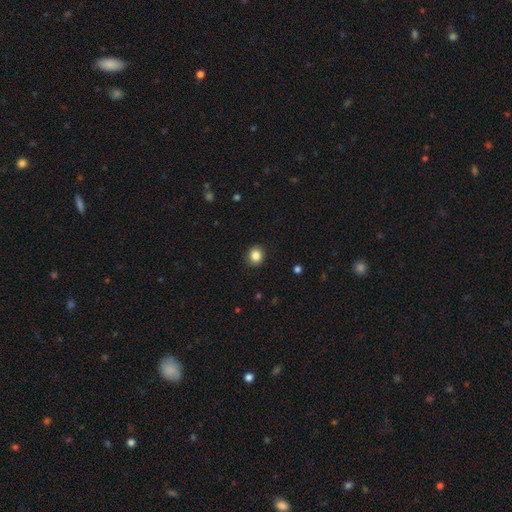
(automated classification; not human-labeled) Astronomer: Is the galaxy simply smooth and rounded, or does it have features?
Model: smooth — 85%.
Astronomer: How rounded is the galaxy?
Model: round — 82%.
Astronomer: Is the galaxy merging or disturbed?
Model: none — 91%.